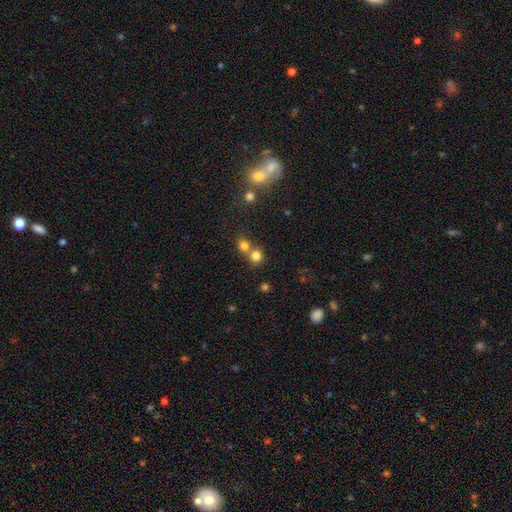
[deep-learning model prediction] Q: Smooth or featured?
A: smooth (79%); runner-up: star or artifact (14%)
Q: How rounded?
A: round (85%); runner-up: in between (14%)
Q: Merging?
A: none (49%); runner-up: merger (43%)